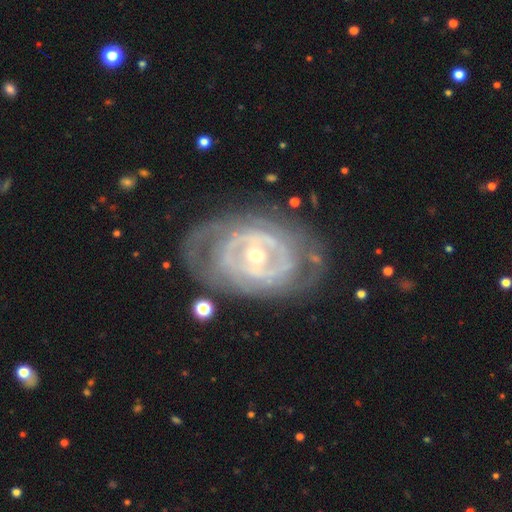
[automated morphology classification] type=featured or disk (85%); edge-on=no (95%); bar=no (52%); spiral arms=yes (74%); winding=tight (70%); arm count=can't tell (46%); bulge=small (52%); merging=none (68%).